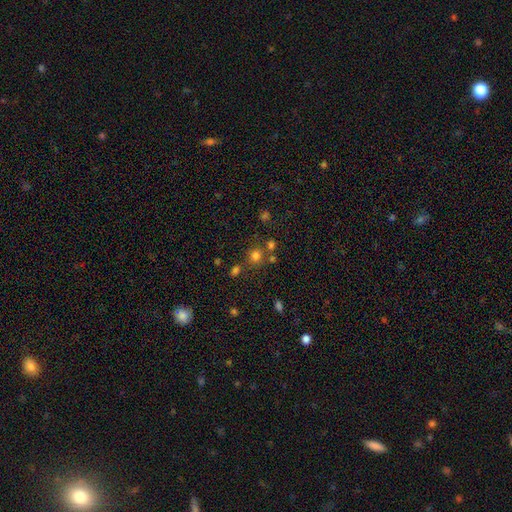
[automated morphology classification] A smooth galaxy with no disk features (73%) that is round (85%).

Vote fractions:
- Smooth or featured? smooth: 73% / star or artifact: 20% / featured or disk: 7%
- How rounded? round: 85% / in between: 14% / cigar-shaped: 1%
- Merging? none: 71% / merger: 15% / minor disturbance: 10% / major disturbance: 4%